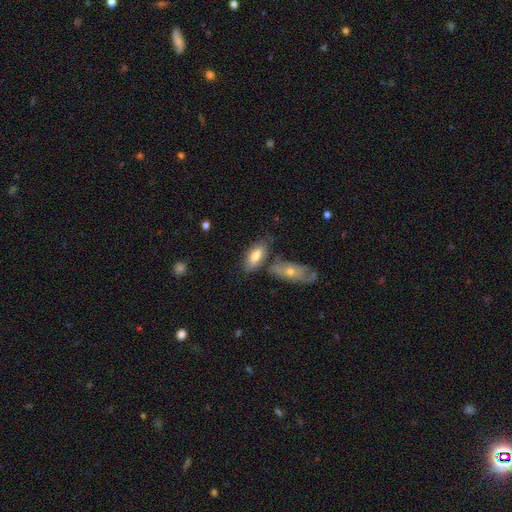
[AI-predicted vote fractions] Overall: smooth (74%). How rounded: in between (85%). Merging: none (56%; merger 23%).